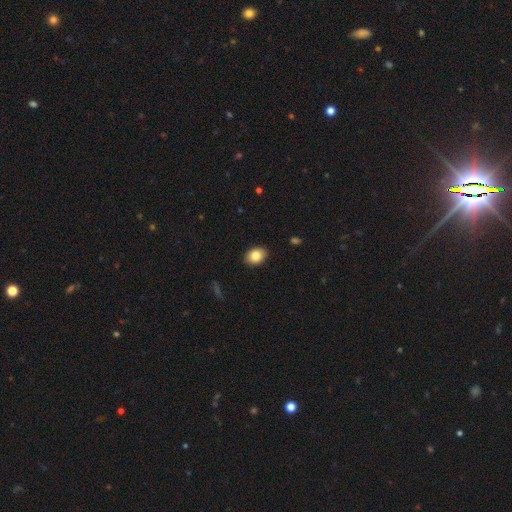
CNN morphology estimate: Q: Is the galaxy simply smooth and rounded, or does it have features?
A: smooth — 83%.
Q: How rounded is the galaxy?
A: in between — 71%.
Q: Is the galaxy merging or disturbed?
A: none — 90%.